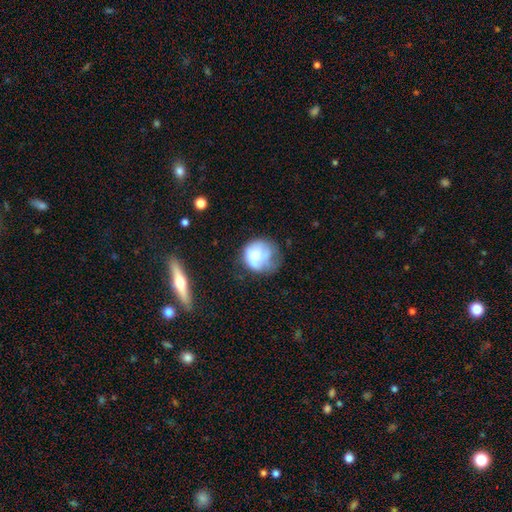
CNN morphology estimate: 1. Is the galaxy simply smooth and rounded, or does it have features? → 55% smooth, 37% featured or disk, 9% star or artifact.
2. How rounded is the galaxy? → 77% round, 23% in between, 1% cigar-shaped.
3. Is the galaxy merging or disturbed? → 38% none, 30% minor disturbance, 25% major disturbance, 6% merger.